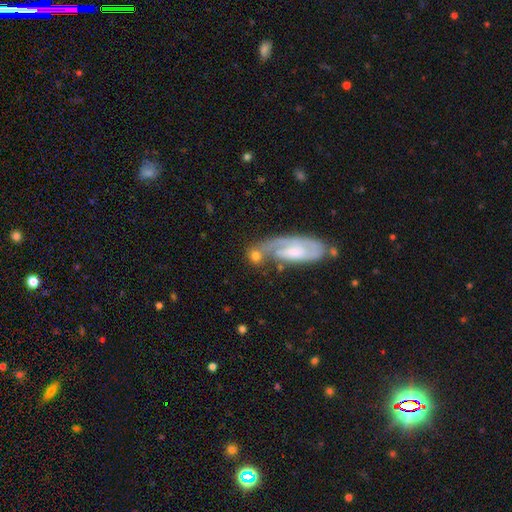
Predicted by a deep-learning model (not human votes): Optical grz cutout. It shows a smooth galaxy with no disk features (60%) that is round (59%). Merging: none (46%).